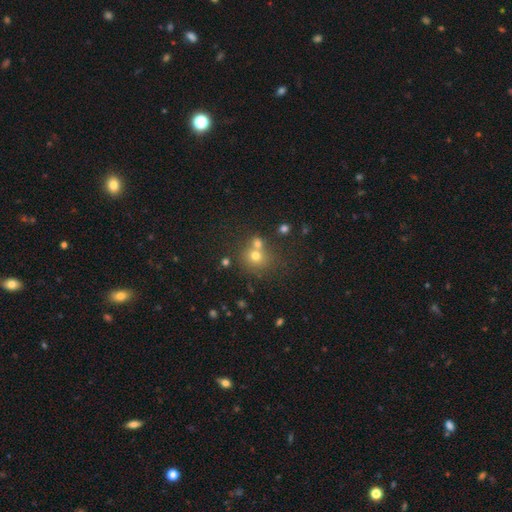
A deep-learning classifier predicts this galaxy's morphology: smooth_or_featured: smooth (p=0.68) [alt: star or artifact p=0.19]
how_rounded: round (p=0.83) [alt: in between p=0.16]
merging: none (p=0.51) [alt: merger p=0.37]